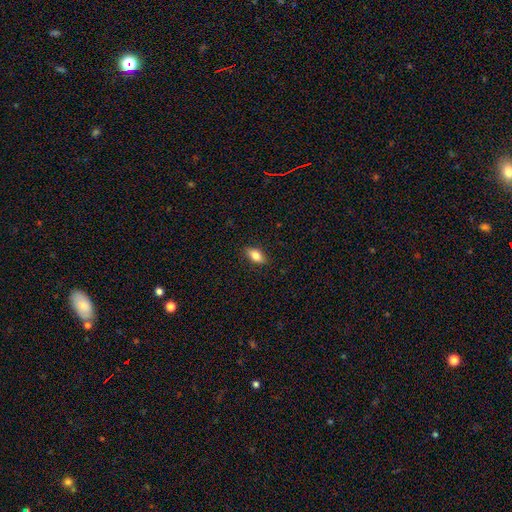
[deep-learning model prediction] Smooth or featured? smooth (78%)
How rounded? in between (84%)
Merging? none (87%)